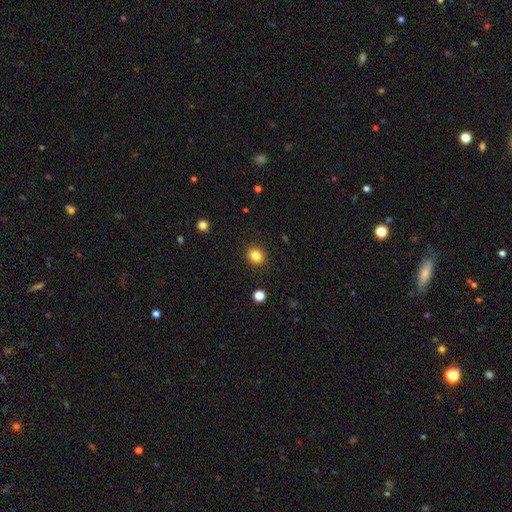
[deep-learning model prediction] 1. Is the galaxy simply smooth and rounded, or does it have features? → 83% smooth, 11% star or artifact, 6% featured or disk.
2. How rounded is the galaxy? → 72% round, 27% in between, 1% cigar-shaped.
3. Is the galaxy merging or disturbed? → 91% none, 6% minor disturbance, 2% major disturbance, 1% merger.